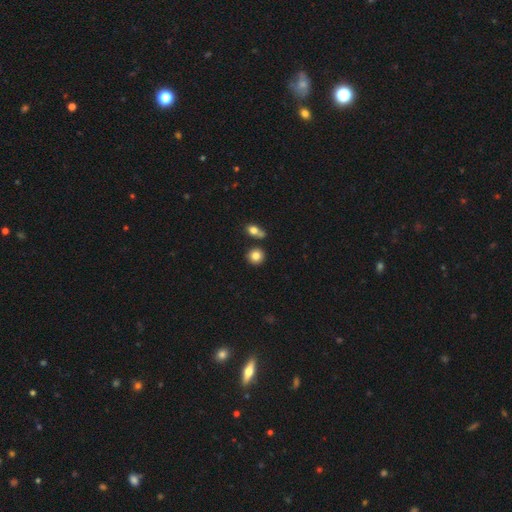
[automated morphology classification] A smooth galaxy with no disk features (82%) that is round (88%). Merging: none (76%).